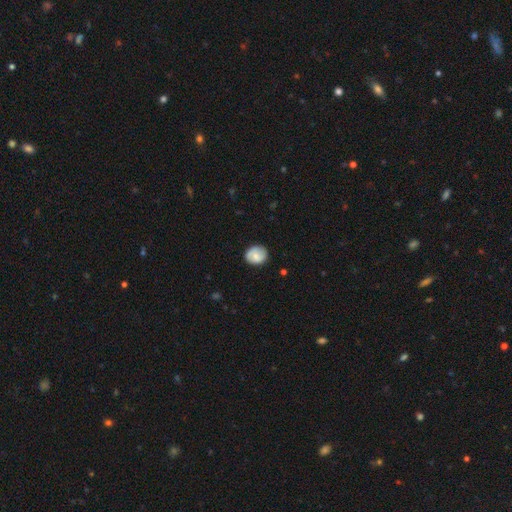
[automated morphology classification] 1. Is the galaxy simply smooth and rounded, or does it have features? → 68% smooth, 24% featured or disk, 7% star or artifact.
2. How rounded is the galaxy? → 66% round, 33% in between, 1% cigar-shaped.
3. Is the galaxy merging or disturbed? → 82% none, 14% minor disturbance, 3% major disturbance, 1% merger.